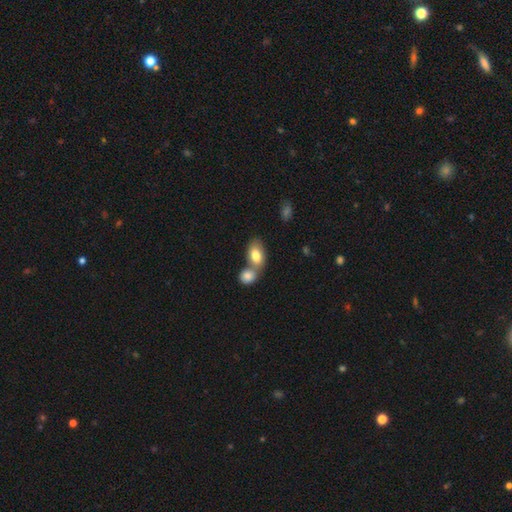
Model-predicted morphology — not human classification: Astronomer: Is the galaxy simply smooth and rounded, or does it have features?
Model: smooth — 80%.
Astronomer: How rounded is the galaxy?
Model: in between — 88%.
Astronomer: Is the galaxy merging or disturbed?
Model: merger — 56% (runner-up: none, 33%).